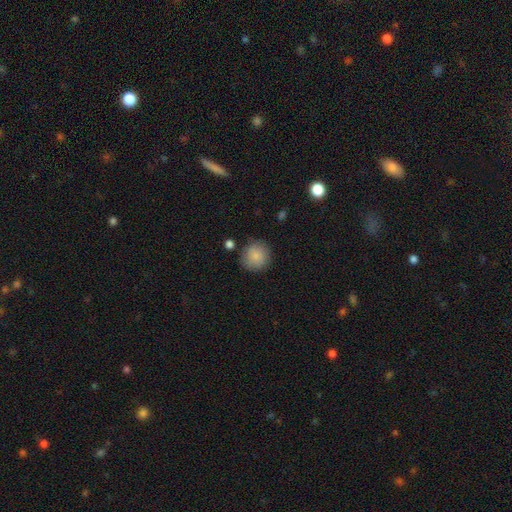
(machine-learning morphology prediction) smooth 86%, star or artifact 7%, featured or disk 7%. Down the decision tree: how rounded — round (92%); merging — none (83%).